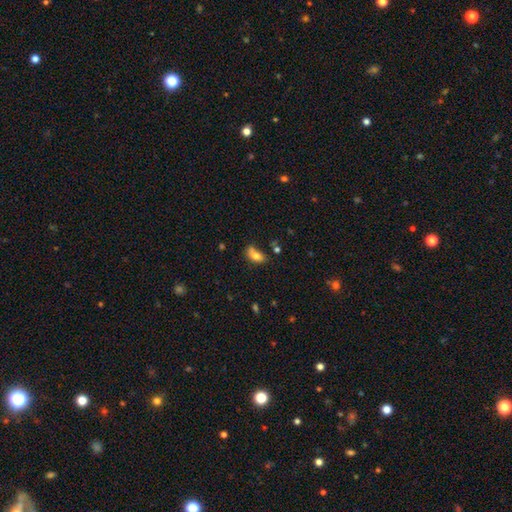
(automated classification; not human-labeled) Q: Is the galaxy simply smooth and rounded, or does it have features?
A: smooth — 74%.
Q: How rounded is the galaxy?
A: in between — 85%.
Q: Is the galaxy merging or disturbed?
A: none — 40%.